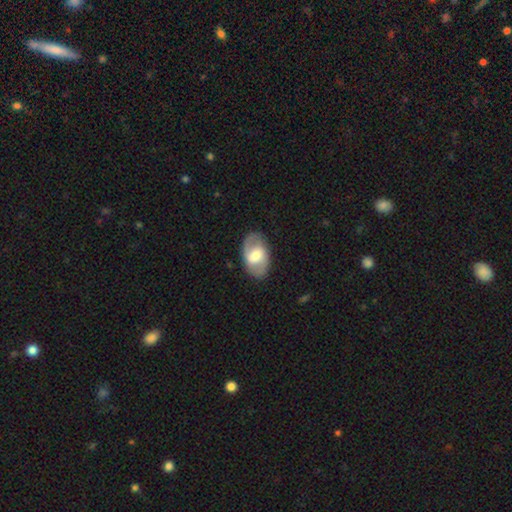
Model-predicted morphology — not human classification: Smooth or featured? Predicted: featured or disk (p=0.58). Edge-on disk? Predicted: no (p=0.94). Bar? Predicted: weak (p=0.46). Spiral arms? Predicted: yes (p=0.70). Bulge size? Predicted: moderate (p=0.50). Merging? Predicted: none (p=0.83).